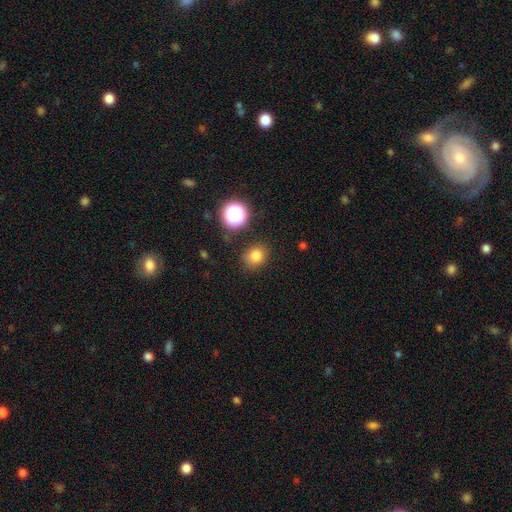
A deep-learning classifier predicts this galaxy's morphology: Smooth or featured? smooth (79%)
How rounded? round (66%)
Merging? none (81%)